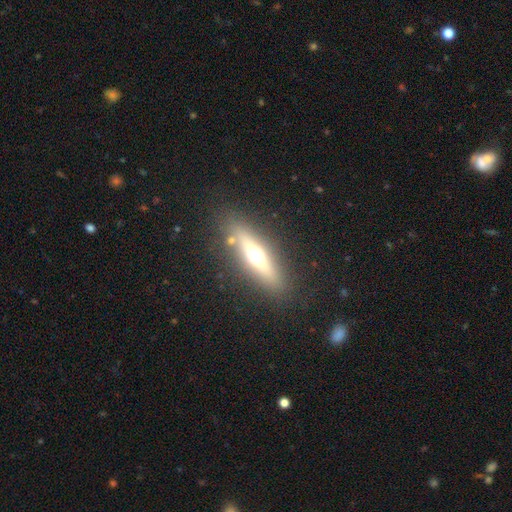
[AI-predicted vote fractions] This appears to be a featured or disk galaxy (55%) viewed edge-on (87%). Merging: none (84%).